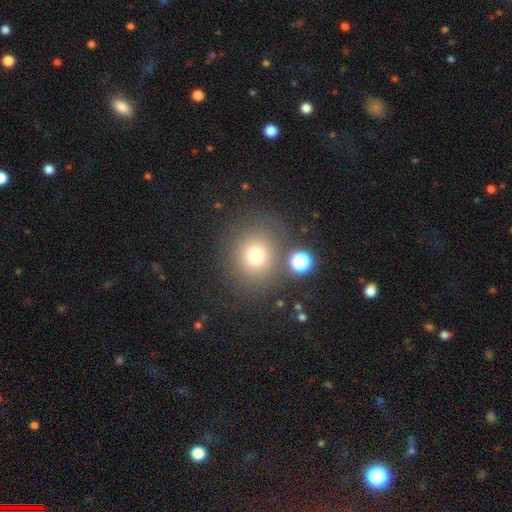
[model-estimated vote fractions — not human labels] This appears to be a smooth galaxy with no disk features (73%) that is round (87%). Merging: none (77%).